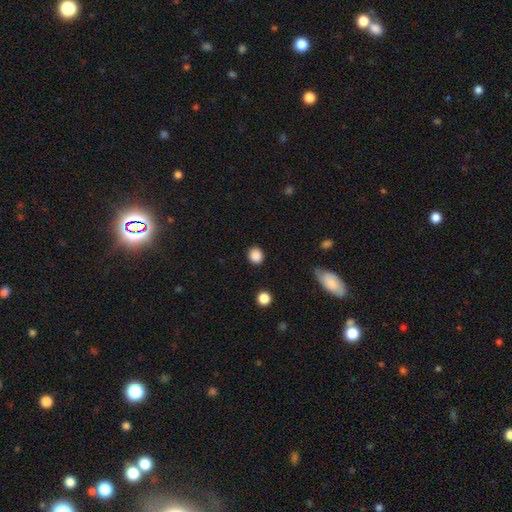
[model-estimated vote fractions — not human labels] Overall: smooth (88%). How rounded: round (79%). Merging: none (89%).